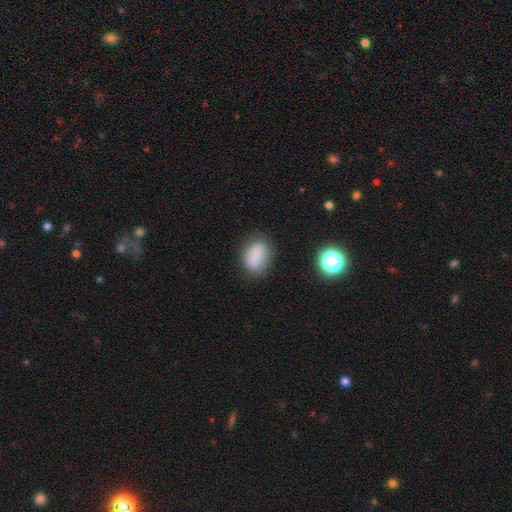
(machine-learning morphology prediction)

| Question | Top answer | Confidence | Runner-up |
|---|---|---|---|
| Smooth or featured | smooth | 83% | star or artifact (10%) |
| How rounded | in between | 73% | round (25%) |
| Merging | none | 75% | minor disturbance (18%) |